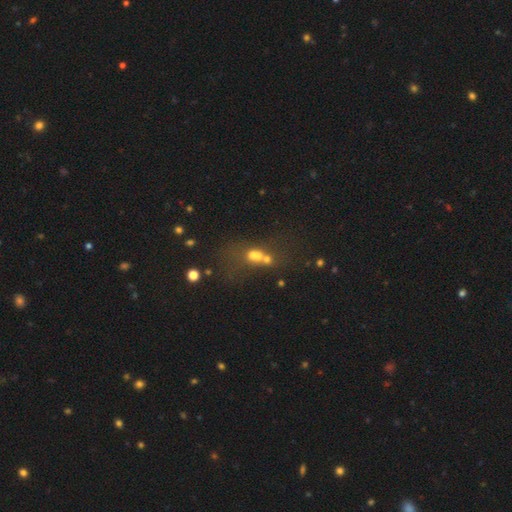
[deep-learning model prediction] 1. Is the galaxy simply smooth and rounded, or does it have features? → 49% smooth, 28% star or artifact, 23% featured or disk.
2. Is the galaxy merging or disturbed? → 55% merger, 24% none, 13% major disturbance, 9% minor disturbance.